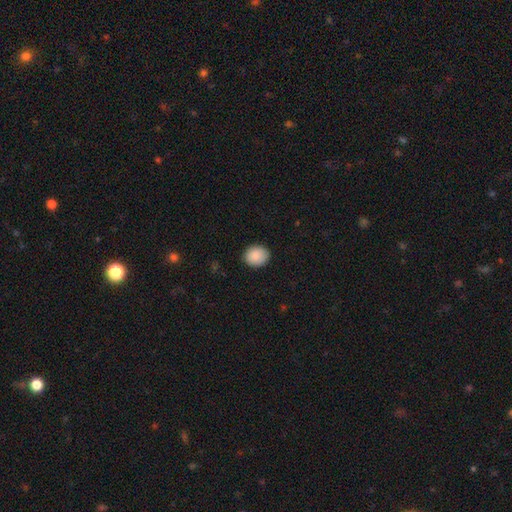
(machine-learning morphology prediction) smooth 88%, star or artifact 7%, featured or disk 5%. Down the decision tree: how rounded — round (68%); merging — none (89%).